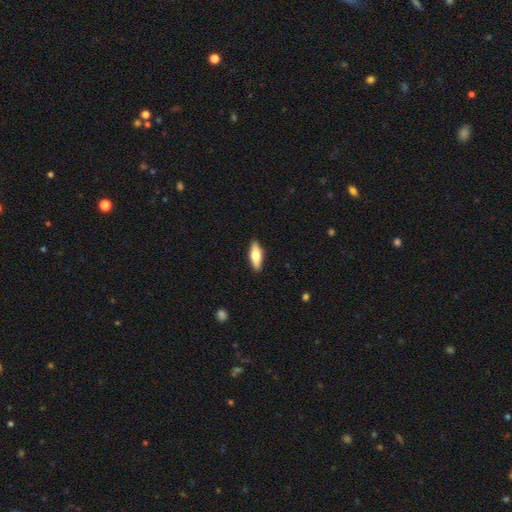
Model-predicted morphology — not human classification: type=smooth (65%); roundness=in between (62%); merging=none (90%).